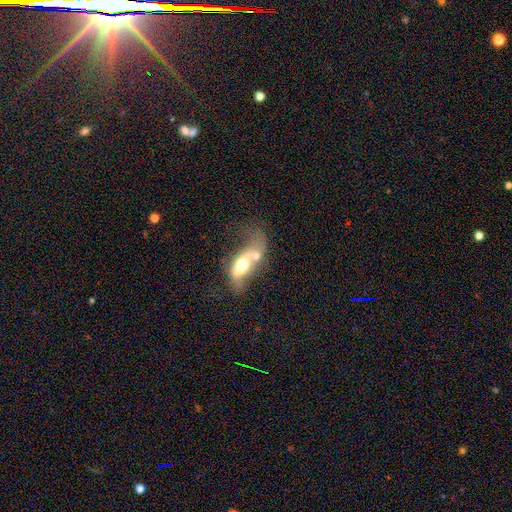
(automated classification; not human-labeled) A smooth galaxy with no disk features (47%).

Vote fractions:
- Smooth or featured? smooth: 47% / featured or disk: 46% / star or artifact: 8%
- Merging? merger: 56% / major disturbance: 21% / none: 13% / minor disturbance: 11%